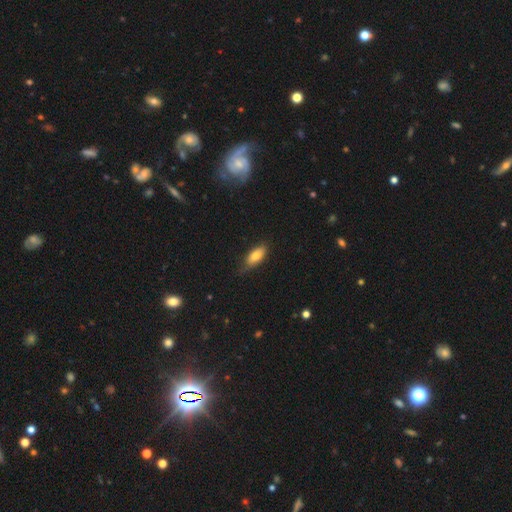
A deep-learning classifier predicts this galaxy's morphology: Q: Smooth or featured?
A: smooth (76%); runner-up: featured or disk (18%)
Q: How rounded?
A: in between (83%); runner-up: cigar-shaped (14%)
Q: Merging?
A: none (68%); runner-up: minor disturbance (26%)